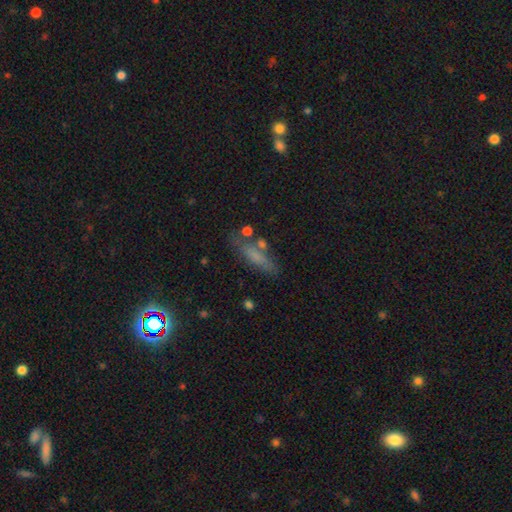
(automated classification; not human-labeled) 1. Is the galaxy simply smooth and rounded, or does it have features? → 63% smooth, 24% featured or disk, 13% star or artifact.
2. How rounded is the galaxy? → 68% cigar-shaped, 29% in between, 4% round.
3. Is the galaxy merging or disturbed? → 69% none, 17% minor disturbance, 8% merger, 6% major disturbance.